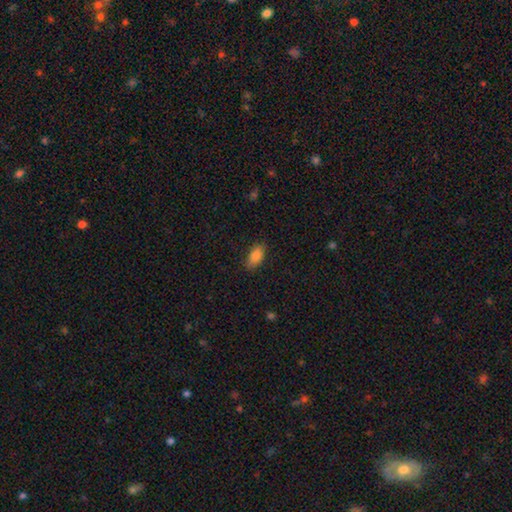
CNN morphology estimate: A smooth galaxy with no disk features (87%) that is in between round and cigar-shaped (90%). Merging: none (83%).